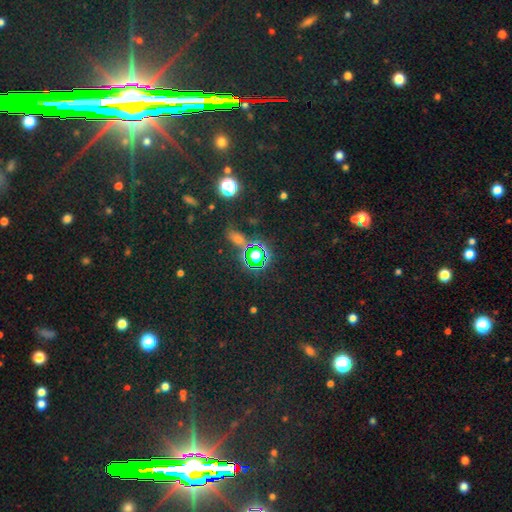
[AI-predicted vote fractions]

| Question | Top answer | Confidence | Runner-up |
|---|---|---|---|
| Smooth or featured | star or artifact | 63% | smooth (27%) |